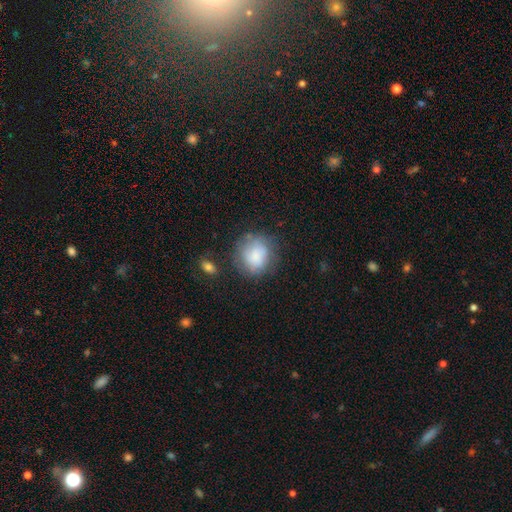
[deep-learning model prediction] Smooth or featured? smooth (76%)
How rounded? round (80%)
Merging? none (64%)